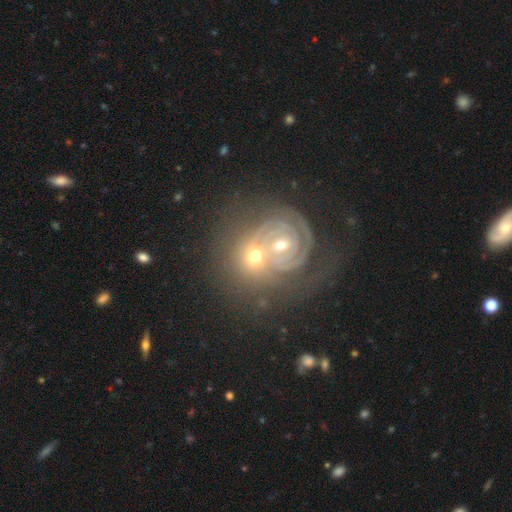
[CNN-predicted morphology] A featured or disk galaxy (71%) with no bar (79%), 2 (37%) tight (64%) spiral arms (76%) and a small central bulge (49%).

Vote fractions:
- Smooth or featured? featured or disk: 71% / smooth: 19% / star or artifact: 10%
- Edge-on disk? no: 97% / yes: 3%
- Bar? no: 79% / weak: 16% / strong: 5%
- Spiral arms? yes: 76% / no: 24%
- Spiral winding? tight: 64% / medium: 26% / loose: 11%
- Spiral arm count? 2: 37% / can't tell: 33% / 1: 13% / 3: 10% / 4: 4% / more than 4: 4%
- Bulge size? small: 49% / moderate: 43% / large: 4% / none: 3% / dominant: 2%
- Merging? merger: 62% / none: 23% / major disturbance: 8% / minor disturbance: 8%